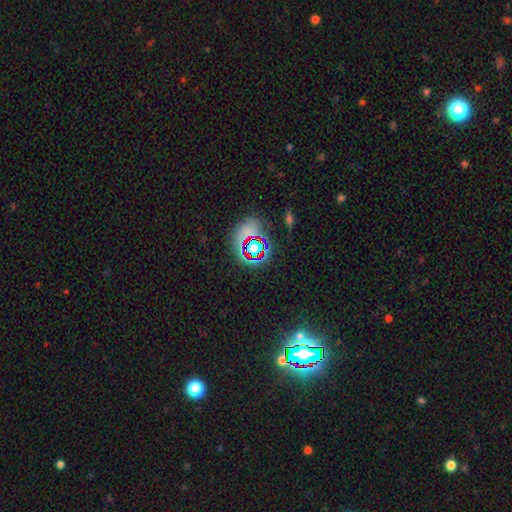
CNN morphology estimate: Q: Smooth or featured?
A: star or artifact (64%); runner-up: smooth (24%)